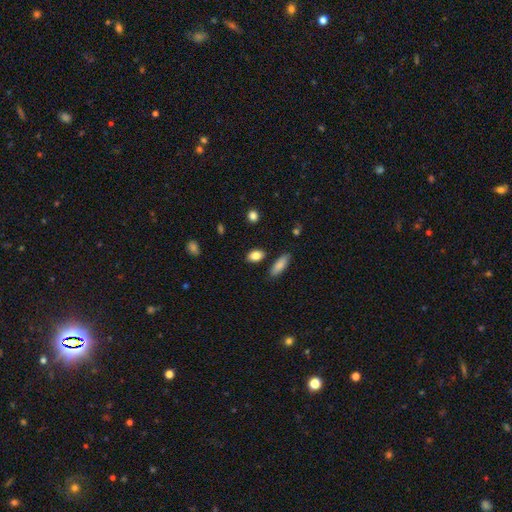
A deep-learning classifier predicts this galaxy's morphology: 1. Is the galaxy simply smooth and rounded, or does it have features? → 85% smooth, 8% star or artifact, 7% featured or disk.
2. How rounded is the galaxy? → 83% in between, 13% round, 4% cigar-shaped.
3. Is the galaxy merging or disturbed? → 84% none, 10% minor disturbance, 4% merger, 2% major disturbance.